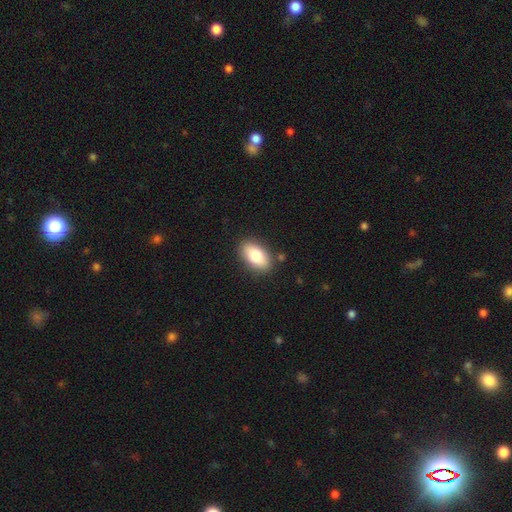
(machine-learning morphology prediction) smooth_or_featured: smooth (p=0.79) [alt: featured or disk p=0.14]
how_rounded: in between (p=0.92) [alt: round p=0.06]
merging: none (p=0.85) [alt: minor disturbance p=0.10]